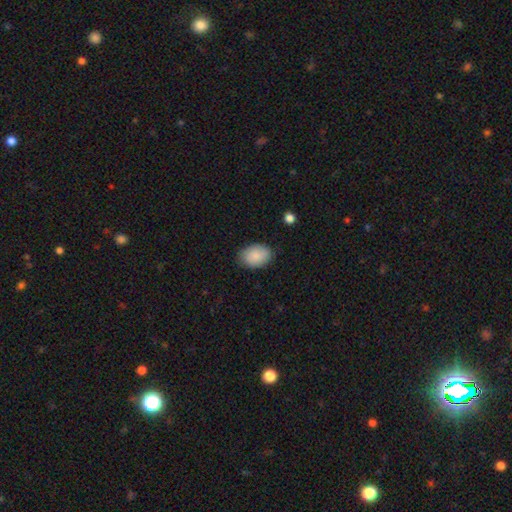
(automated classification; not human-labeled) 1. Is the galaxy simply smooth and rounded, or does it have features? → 88% smooth, 6% star or artifact, 6% featured or disk.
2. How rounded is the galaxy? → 84% in between, 15% round, 1% cigar-shaped.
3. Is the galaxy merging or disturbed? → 83% none, 13% minor disturbance, 3% major disturbance, 1% merger.